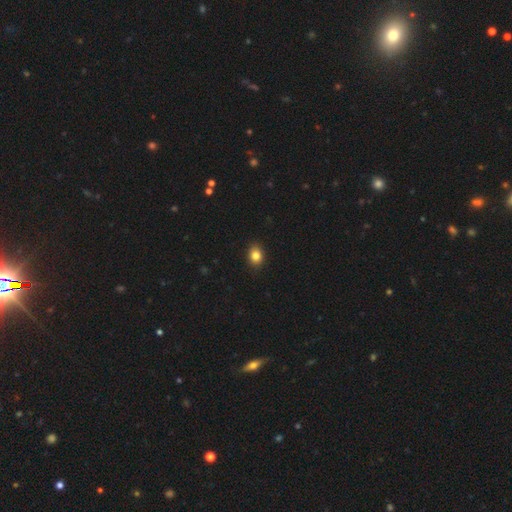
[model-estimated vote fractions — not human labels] A smooth galaxy with no disk features (84%) that is in between round and cigar-shaped (55%).

Vote fractions:
- Smooth or featured? smooth: 84% / star or artifact: 10% / featured or disk: 6%
- How rounded? in between: 55% / round: 44% / cigar-shaped: 1%
- Merging? none: 88% / minor disturbance: 9% / major disturbance: 2% / merger: 1%